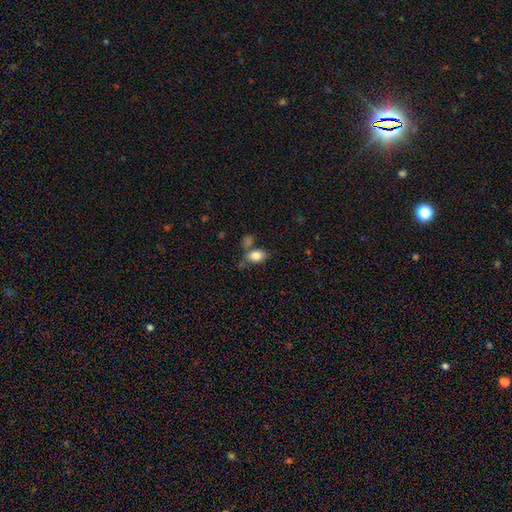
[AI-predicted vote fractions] A smooth galaxy with no disk features (82%) that is in between round and cigar-shaped (82%).

Vote fractions:
- Smooth or featured? smooth: 82% / featured or disk: 9% / star or artifact: 9%
- How rounded? in between: 82% / round: 16% / cigar-shaped: 2%
- Merging? none: 57% / merger: 19% / minor disturbance: 17% / major disturbance: 7%